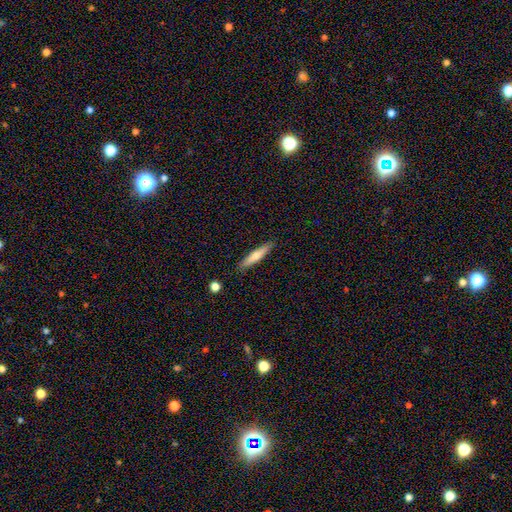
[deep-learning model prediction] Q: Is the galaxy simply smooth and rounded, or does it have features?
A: smooth — 62%.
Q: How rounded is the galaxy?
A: cigar-shaped — 88%.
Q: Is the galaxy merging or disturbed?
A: none — 88%.